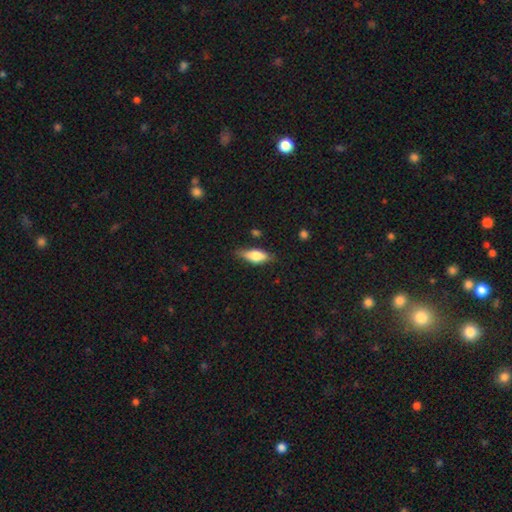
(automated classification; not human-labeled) smooth_or_featured: smooth (p=0.67) [alt: featured or disk p=0.26]
how_rounded: in between (p=0.71) [alt: cigar-shaped p=0.25]
merging: none (p=0.77) [alt: minor disturbance p=0.18]